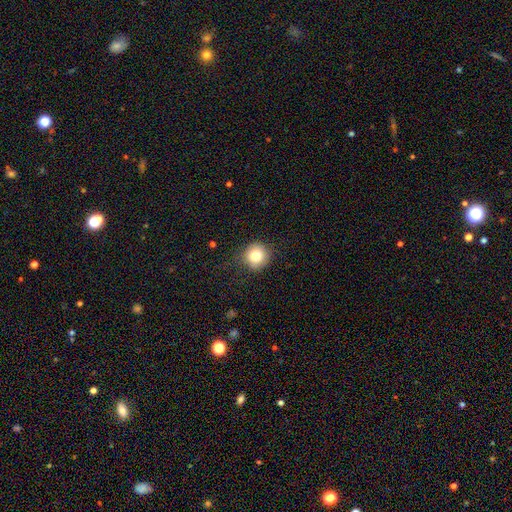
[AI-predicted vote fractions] smooth-or-featured: smooth: 81% | star or artifact: 10% | featured or disk: 9%
  how-rounded: round: 93% | in between: 6% | cigar-shaped: 1%
  merging: none: 85% | minor disturbance: 10% | major disturbance: 3% | merger: 1%